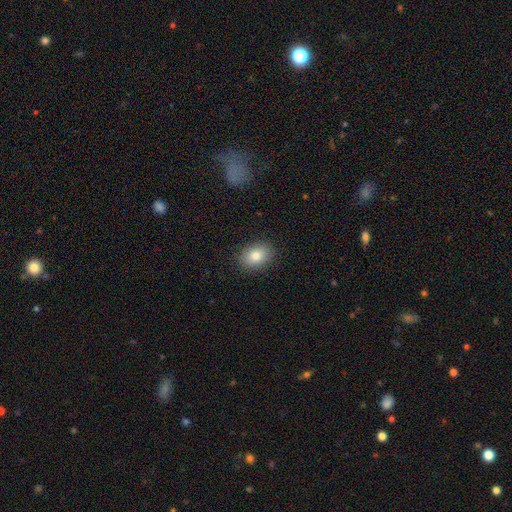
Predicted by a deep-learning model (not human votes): The model was most divided on "how rounded": in between: 72%, round: 27%, cigar-shaped: 1%. More confident: merging — none (88%); smooth or featured — smooth (81%).